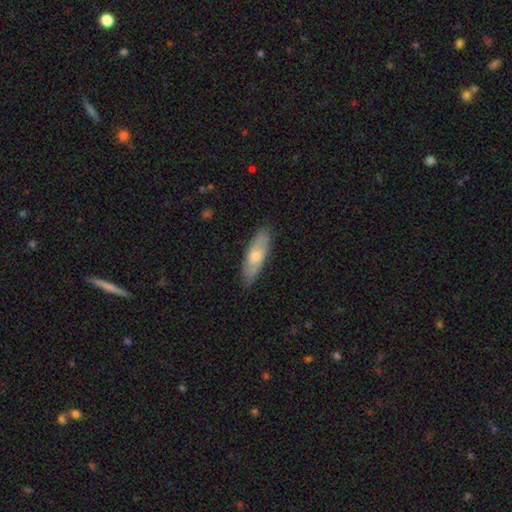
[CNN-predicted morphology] Overall: smooth (62%; featured or disk 33%). How rounded: in between (49%, tied with cigar-shaped). Merging: none (83%).